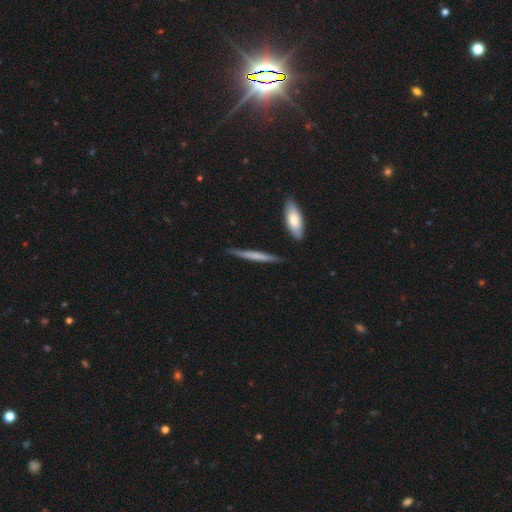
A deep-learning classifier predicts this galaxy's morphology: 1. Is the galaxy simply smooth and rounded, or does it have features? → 50% smooth, 44% featured or disk, 5% star or artifact.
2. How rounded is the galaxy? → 94% cigar-shaped, 4% in between, 2% round.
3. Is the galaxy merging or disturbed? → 85% none, 11% minor disturbance, 2% merger, 2% major disturbance.